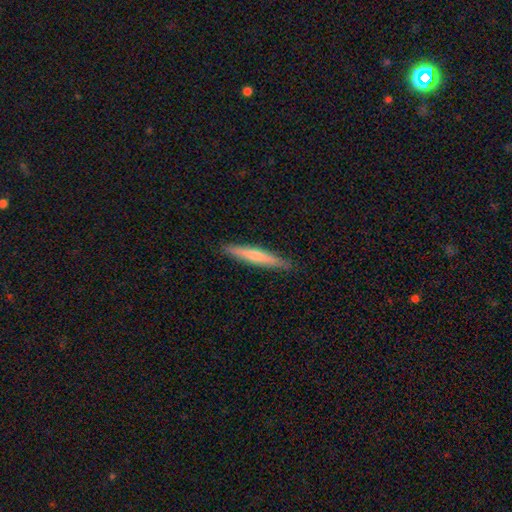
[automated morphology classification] type=smooth (59%); roundness=cigar-shaped (94%); merging=none (90%).